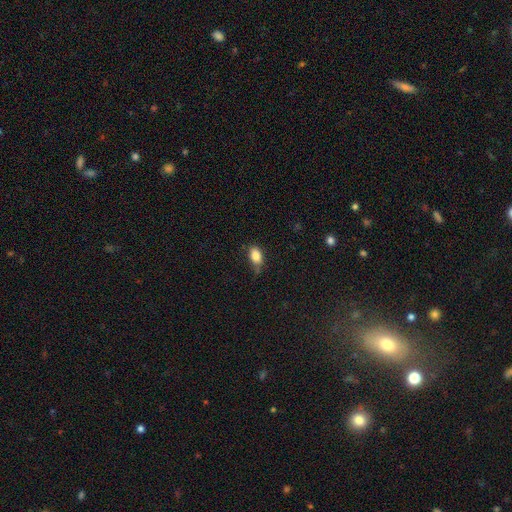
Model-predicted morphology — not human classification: smooth_or_featured: smooth (p=0.84) [alt: star or artifact p=0.09]
how_rounded: in between (p=0.86) [alt: round p=0.11]
merging: none (p=0.63) [alt: minor disturbance p=0.28]